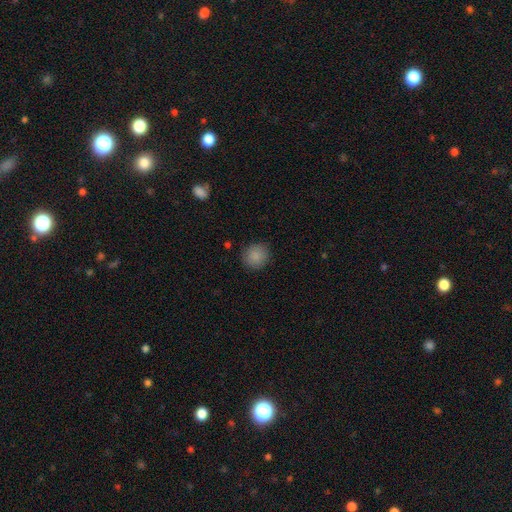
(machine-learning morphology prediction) smooth 88%, star or artifact 9%, featured or disk 4%. Down the decision tree: how rounded — round (88%); merging — none (87%).